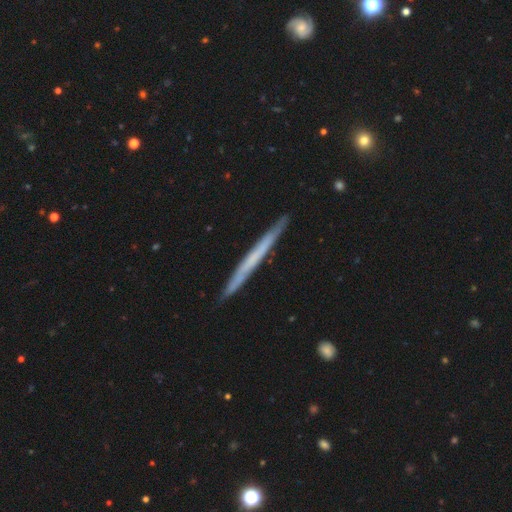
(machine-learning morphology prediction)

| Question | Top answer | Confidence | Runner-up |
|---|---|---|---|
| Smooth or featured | featured or disk | 55% | smooth (39%) |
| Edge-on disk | yes | 97% | no (3%) |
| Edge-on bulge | none | 91% | rounded (6%) |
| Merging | none | 91% | minor disturbance (7%) |